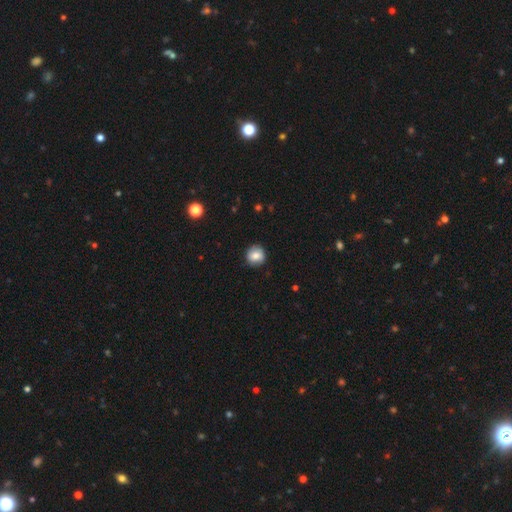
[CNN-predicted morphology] This is likely a smooth galaxy (77%). How rounded: clearly round (91%). Merging: clearly none (88%).